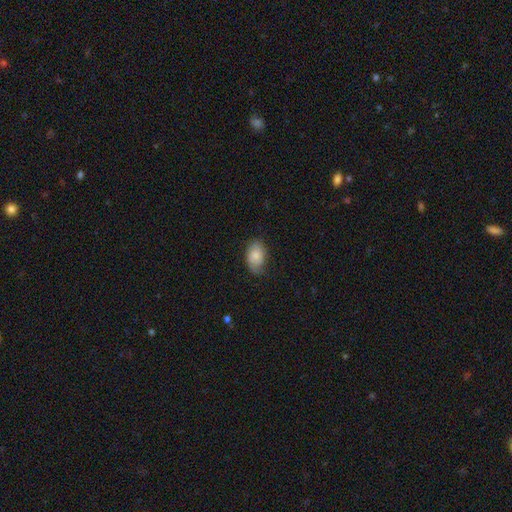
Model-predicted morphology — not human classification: Q: Smooth or featured?
A: smooth (69%); runner-up: featured or disk (24%)
Q: How rounded?
A: in between (88%); runner-up: round (10%)
Q: Merging?
A: none (63%); runner-up: minor disturbance (27%)